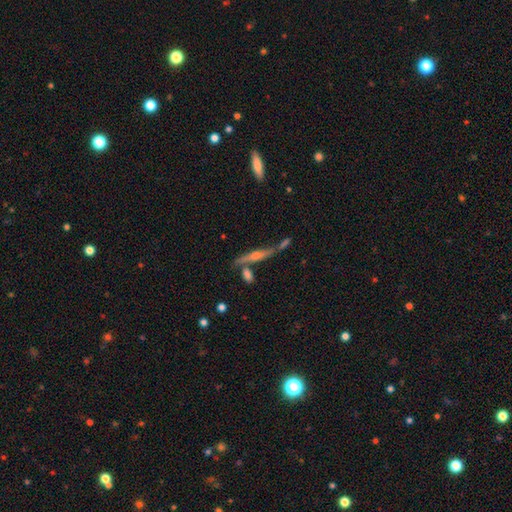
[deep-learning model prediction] smooth-or-featured: featured or disk: 74% | smooth: 18% | star or artifact: 8%
  disk-edge-on: yes: 92% | no: 8%
    edge-on-bulge: rounded: 83% | none: 10% | boxy: 8%
  merging: none: 69% | minor disturbance: 14% | merger: 13% | major disturbance: 4%